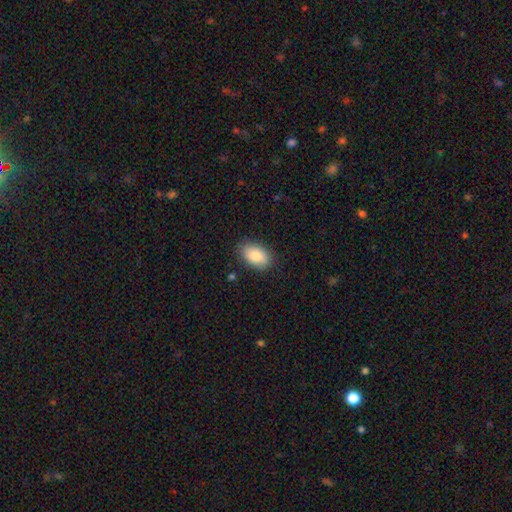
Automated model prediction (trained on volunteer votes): A smooth galaxy with no disk features (88%) that is in between round and cigar-shaped (92%).

Vote fractions:
- Smooth or featured? smooth: 88% / star or artifact: 6% / featured or disk: 6%
- How rounded? in between: 92% / round: 6% / cigar-shaped: 1%
- Merging? none: 86% / minor disturbance: 11% / major disturbance: 3% / merger: 1%